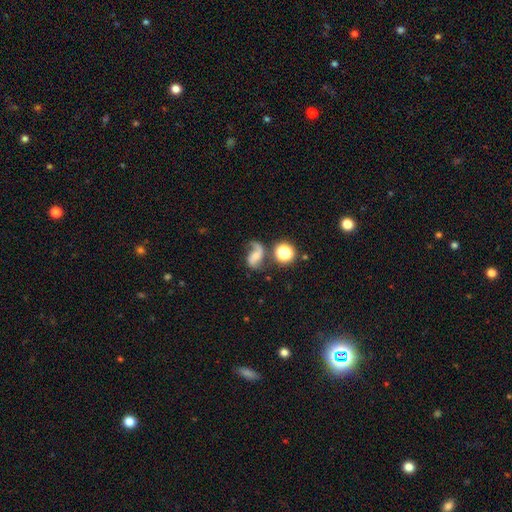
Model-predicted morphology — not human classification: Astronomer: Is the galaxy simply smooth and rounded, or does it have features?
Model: featured or disk — 62%.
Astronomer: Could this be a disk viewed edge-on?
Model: no — 97%.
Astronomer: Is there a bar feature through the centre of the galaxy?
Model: no — 53% (runner-up: weak, 33%).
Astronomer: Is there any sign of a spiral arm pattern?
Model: yes — 90%.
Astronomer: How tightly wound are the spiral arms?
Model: loose — 69%.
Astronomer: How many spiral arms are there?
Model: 2 — 60%.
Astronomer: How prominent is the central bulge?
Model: small — 41% (runner-up: moderate, 30%).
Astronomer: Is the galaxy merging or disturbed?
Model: none — 43% (runner-up: major disturbance, 25%).